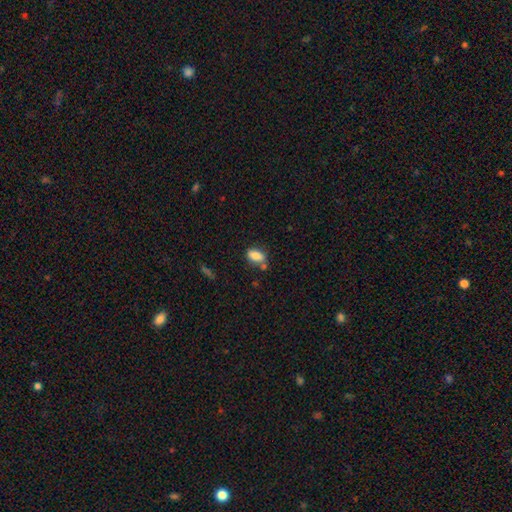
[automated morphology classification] type=smooth (84%); roundness=in between (88%); merging=none (63%).